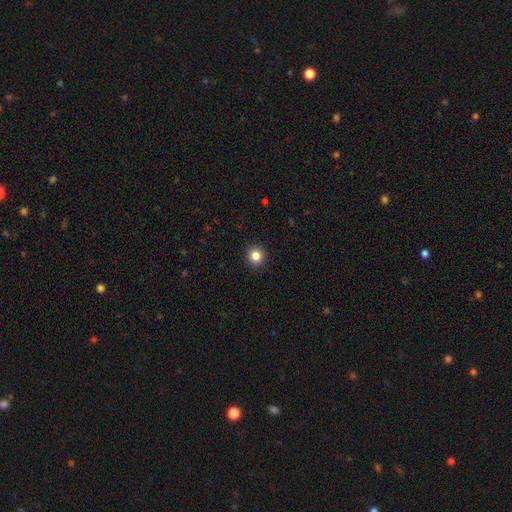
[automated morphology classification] Smooth or featured? Predicted: smooth (p=0.84). How rounded? Predicted: round (p=0.92). Merging? Predicted: none (p=0.93).